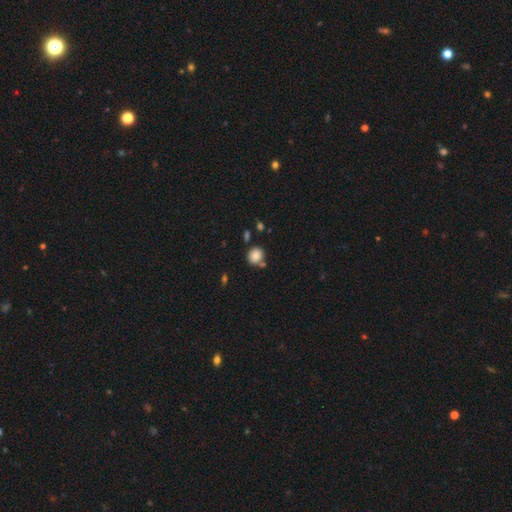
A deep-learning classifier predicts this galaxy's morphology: Smooth or featured? Predicted: smooth (p=0.84). How rounded? Predicted: round (p=0.80). Merging? Predicted: none (p=0.75).